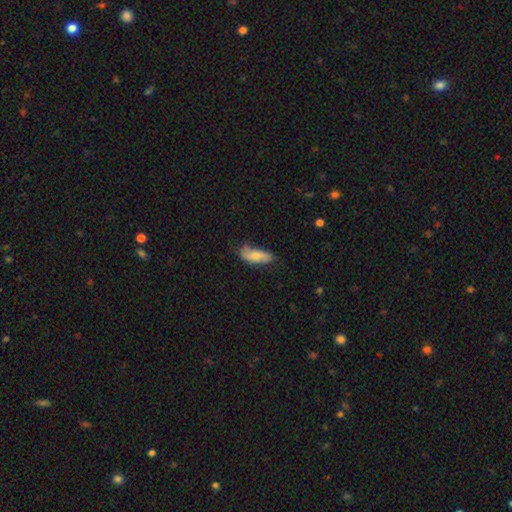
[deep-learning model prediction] smooth-or-featured: smooth: 70% | featured or disk: 24% | star or artifact: 6%
  how-rounded: in between: 76% | cigar-shaped: 21% | round: 2%
  merging: none: 52% | minor disturbance: 35% | major disturbance: 10% | merger: 3%